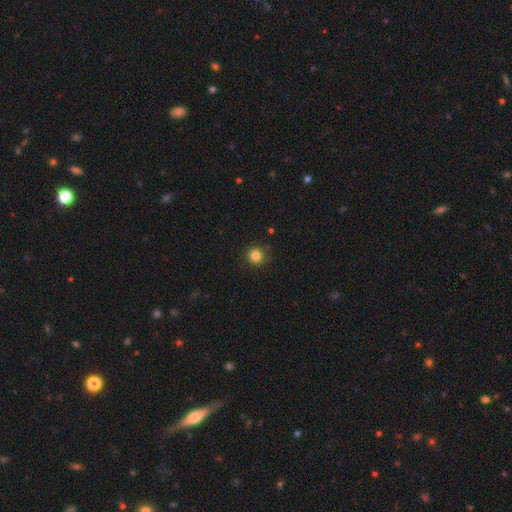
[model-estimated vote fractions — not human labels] A smooth galaxy with no disk features (84%) that is round (93%).

Vote fractions:
- Smooth or featured? smooth: 84% / star or artifact: 12% / featured or disk: 5%
- How rounded? round: 93% / in between: 6% / cigar-shaped: 1%
- Merging? none: 86% / minor disturbance: 10% / major disturbance: 3% / merger: 1%